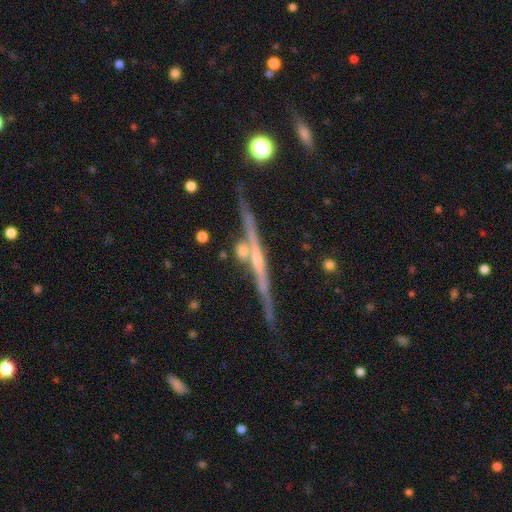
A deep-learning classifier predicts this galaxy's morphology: Q: Smooth or featured?
A: featured or disk (81%); runner-up: smooth (12%)
Q: Edge-on disk?
A: yes (97%); runner-up: no (3%)
Q: Edge-on bulge?
A: rounded (46%); runner-up: none (41%)
Q: Merging?
A: none (73%); runner-up: minor disturbance (14%)